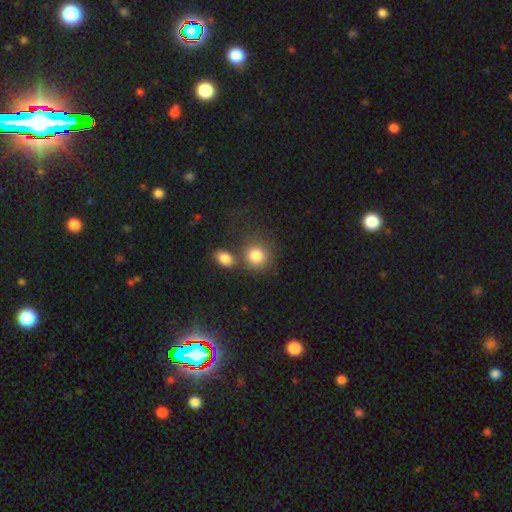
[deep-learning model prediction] A smooth galaxy with no disk features (82%) that is round (82%).

Vote fractions:
- Smooth or featured? smooth: 82% / star or artifact: 10% / featured or disk: 9%
- How rounded? round: 82% / in between: 17% / cigar-shaped: 1%
- Merging? none: 53% / merger: 29% / minor disturbance: 11% / major disturbance: 6%